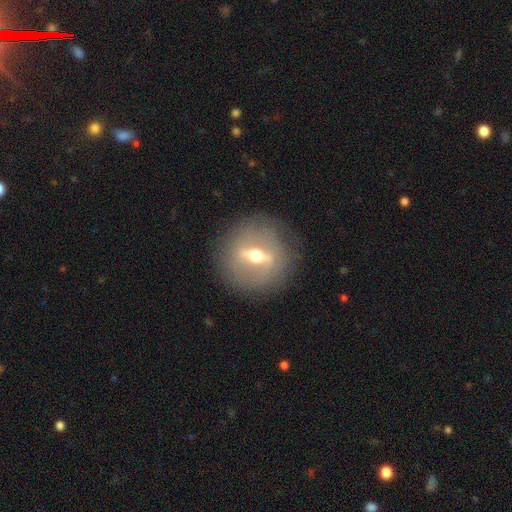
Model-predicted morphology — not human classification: Q: Smooth or featured?
A: featured or disk (75%); runner-up: smooth (17%)
Q: Edge-on disk?
A: no (66%); runner-up: yes (34%)
Q: Merging?
A: none (85%); runner-up: minor disturbance (10%)